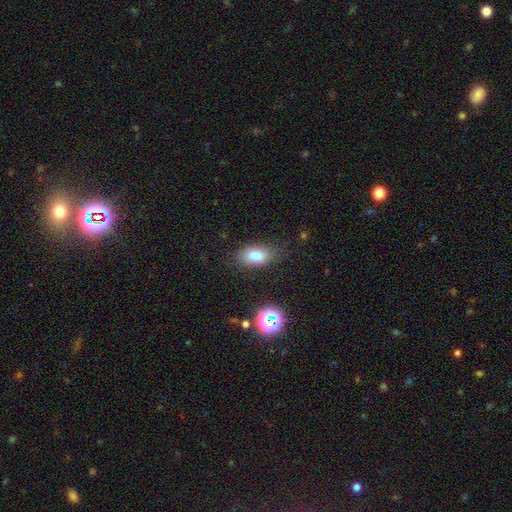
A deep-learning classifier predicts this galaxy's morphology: Overall: smooth (81%). How rounded: in between (90%). Merging: none (80%).